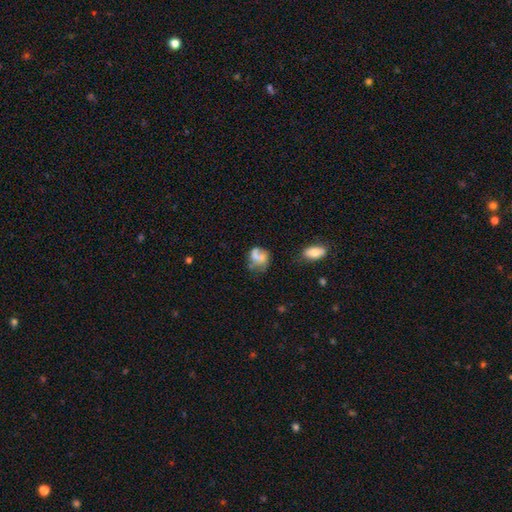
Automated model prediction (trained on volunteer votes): A smooth galaxy with no disk features (53%) that is in between round and cigar-shaped (49%, tied with round). Merging: none (36%).